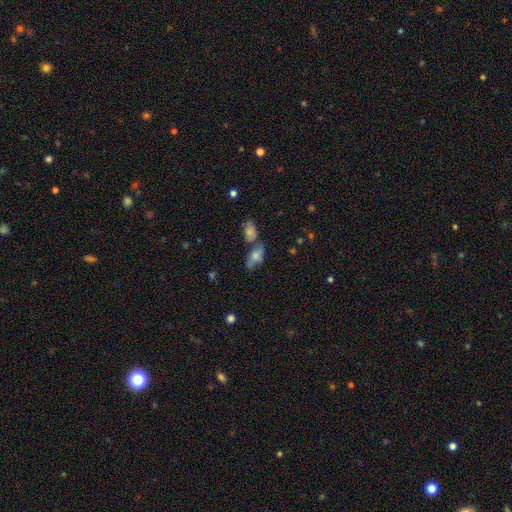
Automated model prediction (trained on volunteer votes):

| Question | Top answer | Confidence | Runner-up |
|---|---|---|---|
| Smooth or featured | smooth | 61% | featured or disk (29%) |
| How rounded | in between | 82% | cigar-shaped (10%) |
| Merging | none | 40% | merger (33%) |